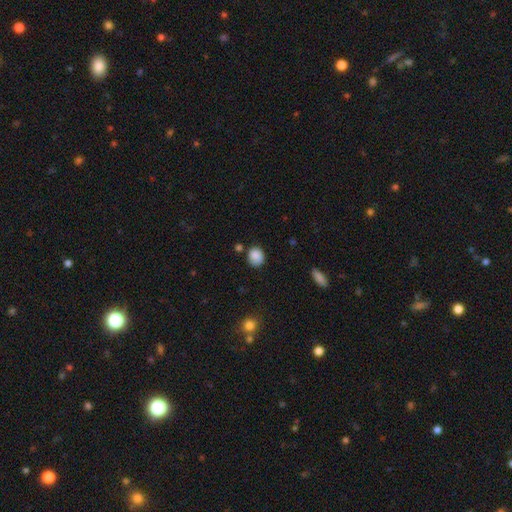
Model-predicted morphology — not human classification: Smooth or featured?
  - smooth: 86% *
  - star or artifact: 9%
  - featured or disk: 5%
How rounded?
  - round: 65% *
  - in between: 34%
  - cigar-shaped: 1%
Merging?
  - none: 73% *
  - minor disturbance: 18%
  - merger: 5%
  - major disturbance: 4%